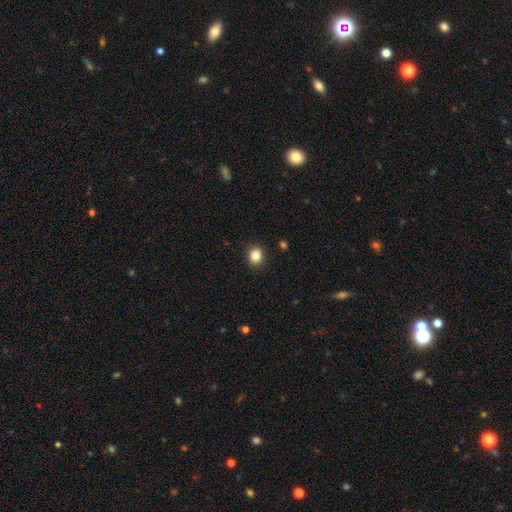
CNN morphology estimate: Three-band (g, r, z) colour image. It shows a smooth galaxy with no disk features (85%) that is round (68%). Merging: none (90%).